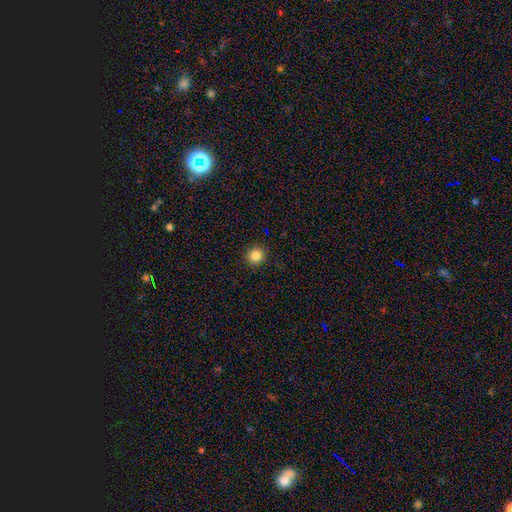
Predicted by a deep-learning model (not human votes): This appears to be a smooth galaxy with no disk features (84%) that is round (93%). Merging: none (92%).